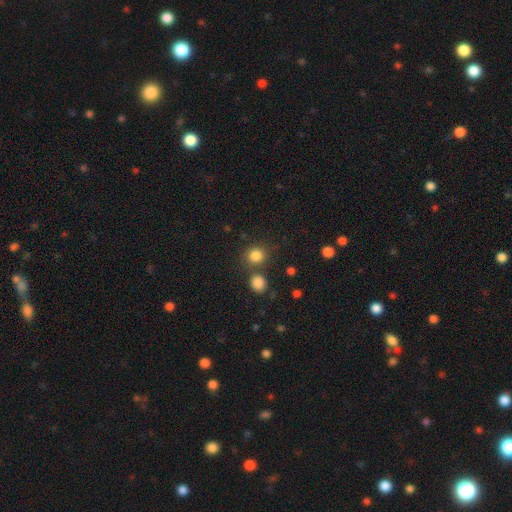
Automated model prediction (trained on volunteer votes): This is clearly a smooth galaxy (84%). How rounded: clearly round (85%). Merging: likely none (72%).